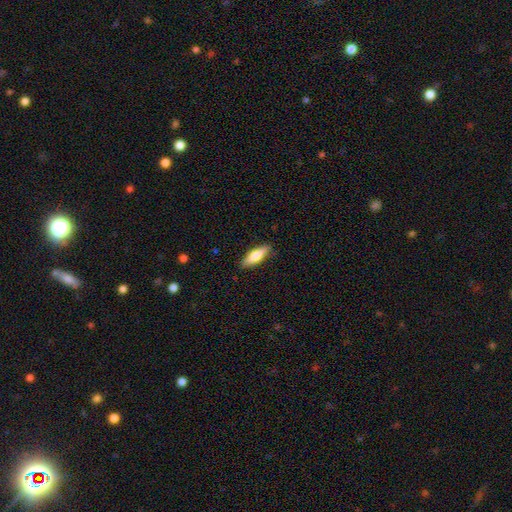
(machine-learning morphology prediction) Smooth or featured? Predicted: smooth (p=0.62). How rounded? Predicted: cigar-shaped (p=0.50). Merging? Predicted: none (p=0.87).